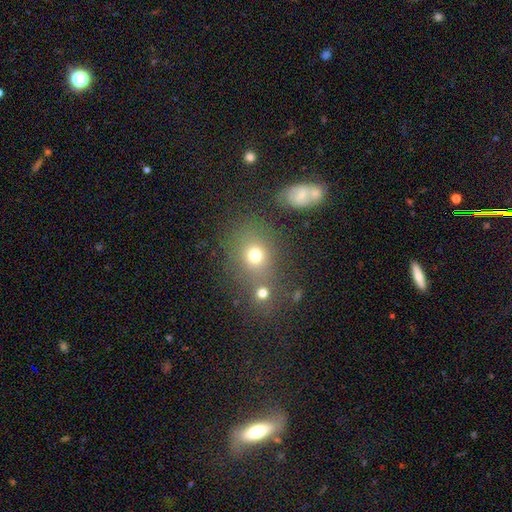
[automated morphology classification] The model was most divided on "how rounded": round: 58%, in between: 40%, cigar-shaped: 2%. More confident: smooth or featured — smooth (68%); merging — none (61%).